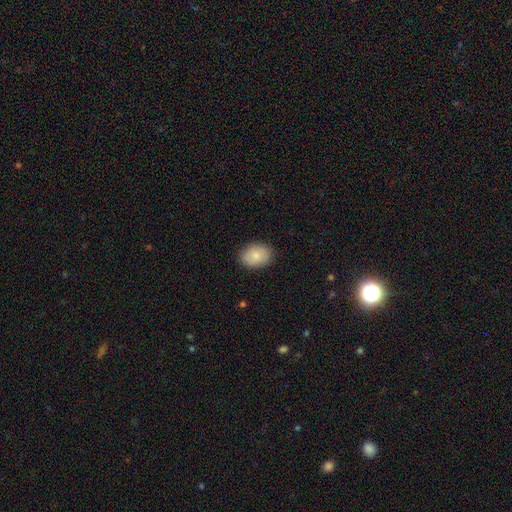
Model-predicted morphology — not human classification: This is clearly a smooth galaxy (83%). How rounded: likely in between (70%). Merging: clearly none (87%).